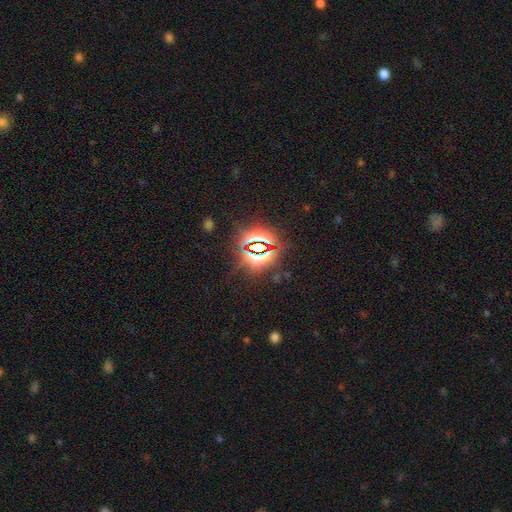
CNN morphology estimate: A star or artifact, not a galaxy (81%).